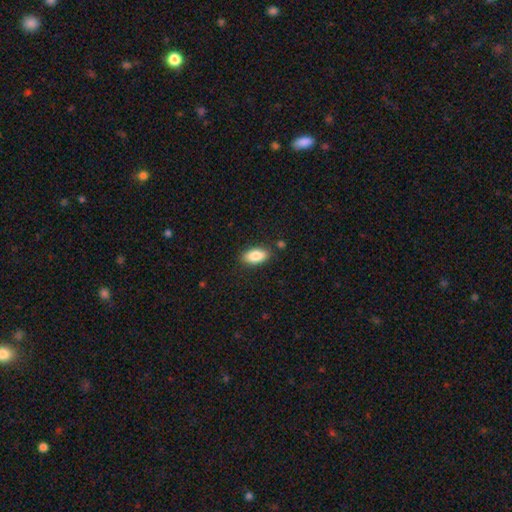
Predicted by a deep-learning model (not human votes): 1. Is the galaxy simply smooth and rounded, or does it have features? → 86% smooth, 7% featured or disk, 7% star or artifact.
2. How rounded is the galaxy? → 91% in between, 6% cigar-shaped, 3% round.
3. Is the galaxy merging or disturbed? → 85% none, 10% minor disturbance, 2% major disturbance, 2% merger.